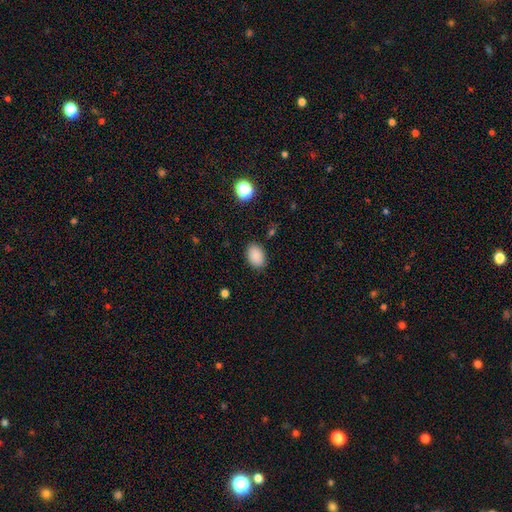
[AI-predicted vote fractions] A smooth galaxy with no disk features (88%) that is in between round and cigar-shaped (82%).

Vote fractions:
- Smooth or featured? smooth: 88% / star or artifact: 9% / featured or disk: 4%
- How rounded? in between: 82% / round: 17% / cigar-shaped: 1%
- Merging? none: 86% / minor disturbance: 10% / major disturbance: 3% / merger: 1%